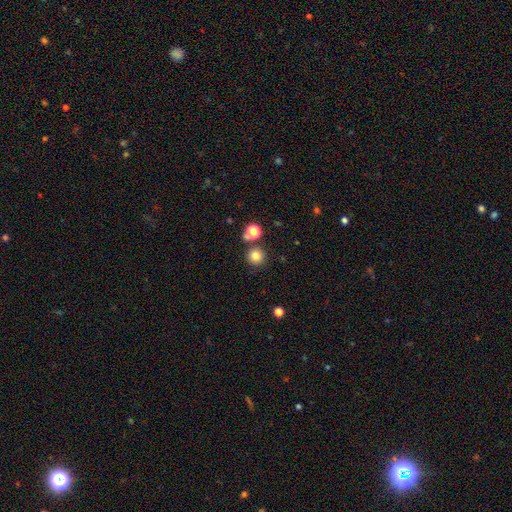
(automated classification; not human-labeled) The model was most divided on "smooth or featured": smooth: 80%, star or artifact: 14%, featured or disk: 7%. More confident: how rounded — round (94%); merging — none (79%).